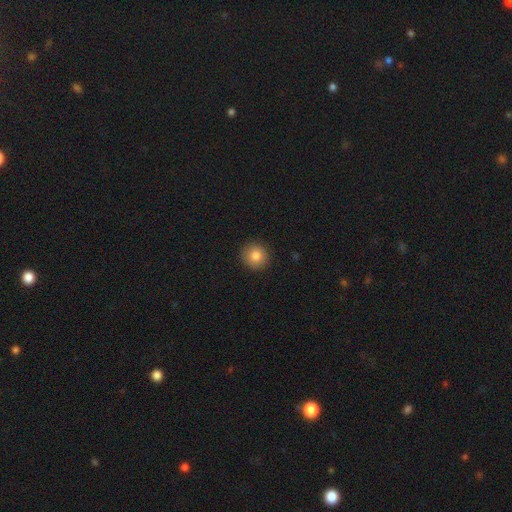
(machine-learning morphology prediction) smooth-or-featured: smooth: 83% | star or artifact: 10% | featured or disk: 7%
  how-rounded: round: 93% | in between: 6% | cigar-shaped: 1%
  merging: none: 91% | minor disturbance: 6% | major disturbance: 2% | merger: 1%